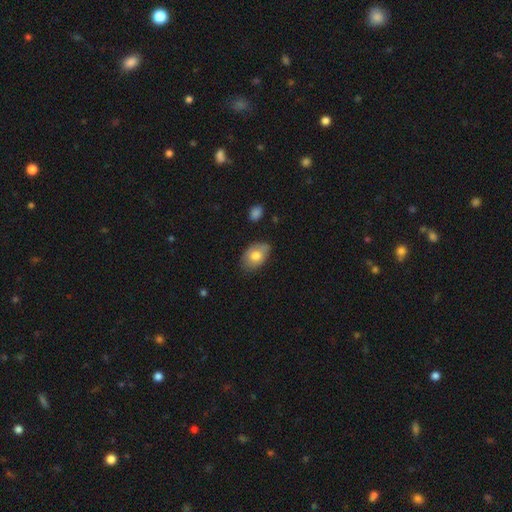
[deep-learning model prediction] smooth_or_featured: smooth (p=0.74) [alt: featured or disk p=0.19]
how_rounded: in between (p=0.87) [alt: round p=0.12]
merging: none (p=0.67) [alt: minor disturbance p=0.26]